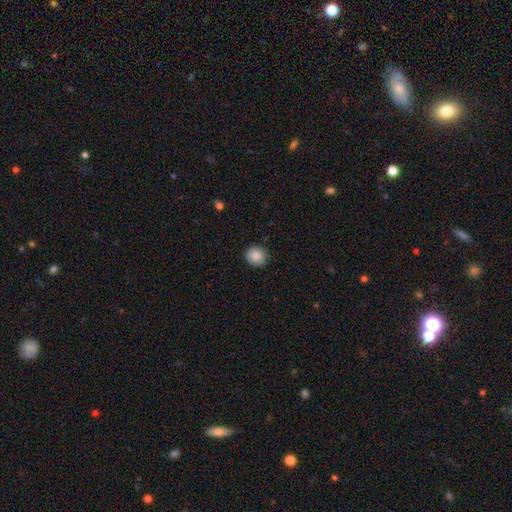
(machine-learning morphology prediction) Smooth or featured? Predicted: smooth (p=0.87). How rounded? Predicted: round (p=0.84). Merging? Predicted: none (p=0.90).